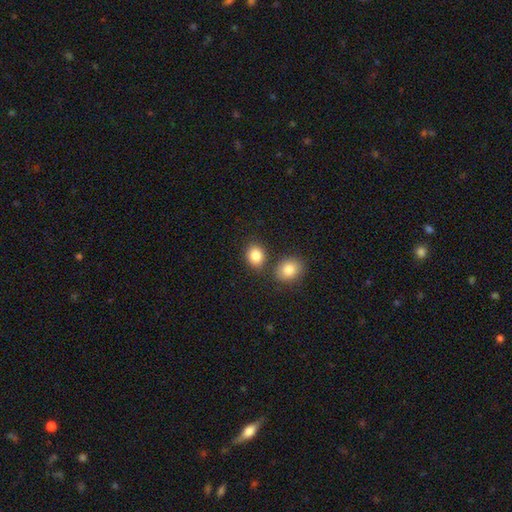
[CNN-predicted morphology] Q: Smooth or featured?
A: smooth (85%); runner-up: star or artifact (9%)
Q: How rounded?
A: round (51%); runner-up: in between (48%)
Q: Merging?
A: none (73%); runner-up: merger (15%)